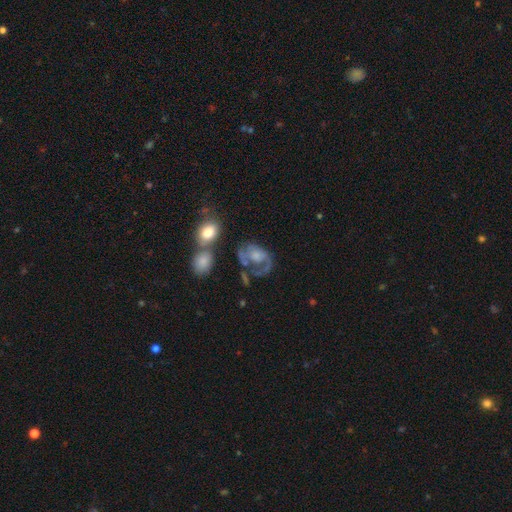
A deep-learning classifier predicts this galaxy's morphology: The model was most divided on "merging": none: 37%, major disturbance: 32%, minor disturbance: 20%, merger: 11%. Remaining: edge-on disk — no (97%); bar — no (76%); spiral arms — yes (65%); smooth or featured — featured or disk (64%); bulge size — moderate (33%).